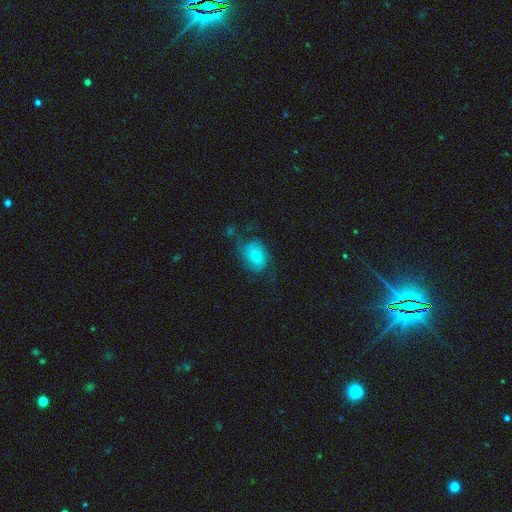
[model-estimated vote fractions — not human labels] A featured or disk galaxy (55%) with no bar (72%), spiral arms (85%) and a small central bulge (56%).

Vote fractions:
- Smooth or featured? featured or disk: 55% / smooth: 36% / star or artifact: 9%
- Edge-on disk? no: 97% / yes: 3%
- Bar? no: 72% / weak: 24% / strong: 4%
- Spiral arms? yes: 85% / no: 15%
- Bulge size? small: 56% / moderate: 25% / none: 8% / large: 7% / dominant: 4%
- Merging? none: 46% / major disturbance: 29% / minor disturbance: 23% / merger: 3%